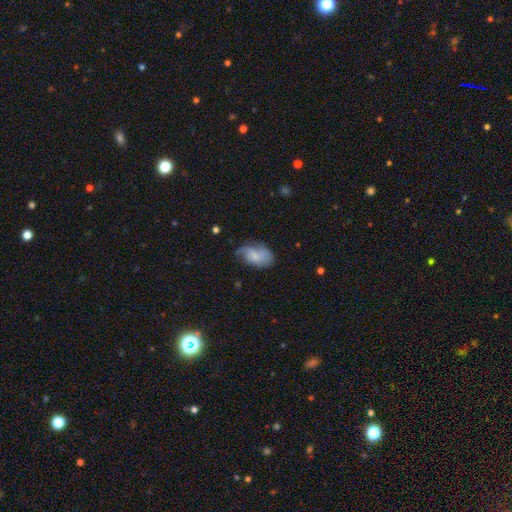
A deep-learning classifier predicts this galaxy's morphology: A featured or disk galaxy (53%) with no bar (65%), spiral arms (86%) and a small central bulge (47%). Merging: none (51%).